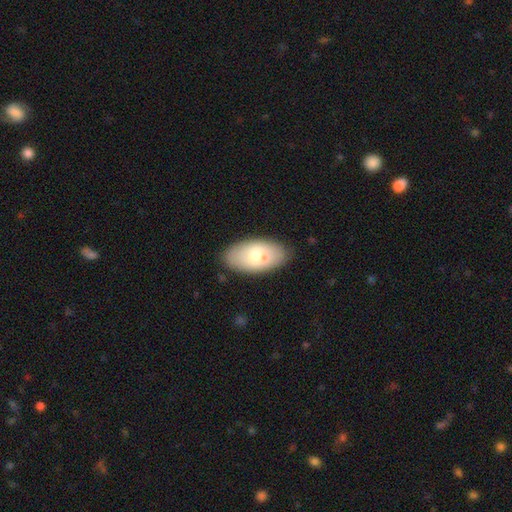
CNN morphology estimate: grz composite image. It shows a smooth galaxy with no disk features (61%) that is in between round and cigar-shaped (94%). Merging: none (77%).